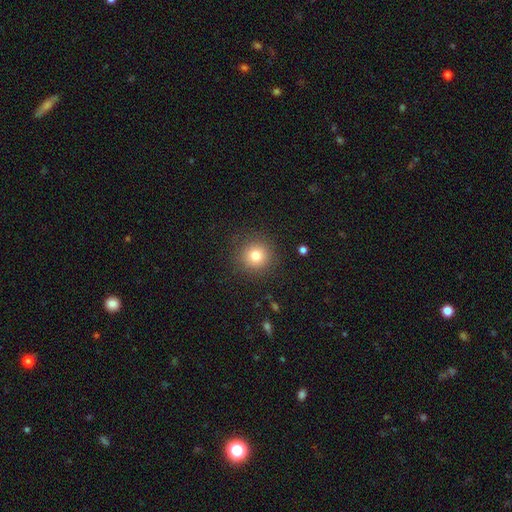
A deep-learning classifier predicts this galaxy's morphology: The model was most divided on "smooth or featured": smooth: 78%, star or artifact: 13%, featured or disk: 9%. More confident: how rounded — round (94%); merging — none (89%).